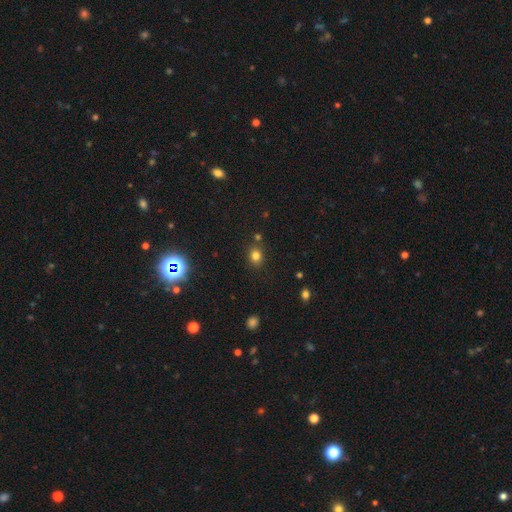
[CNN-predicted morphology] Smooth or featured?
  - smooth: 78% *
  - star or artifact: 16%
  - featured or disk: 6%
How rounded?
  - round: 69% *
  - in between: 30%
  - cigar-shaped: 1%
Merging?
  - none: 80% *
  - minor disturbance: 10%
  - merger: 7%
  - major disturbance: 3%